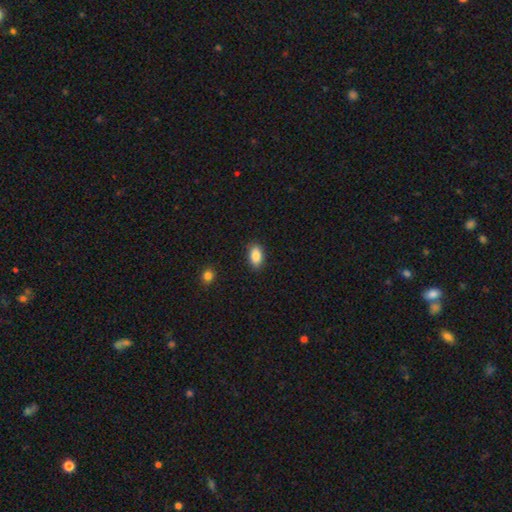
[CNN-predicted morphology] Smooth or featured?
  - smooth: 87% *
  - star or artifact: 7%
  - featured or disk: 5%
How rounded?
  - in between: 92% *
  - round: 6%
  - cigar-shaped: 3%
Merging?
  - none: 88% *
  - minor disturbance: 9%
  - major disturbance: 2%
  - merger: 1%